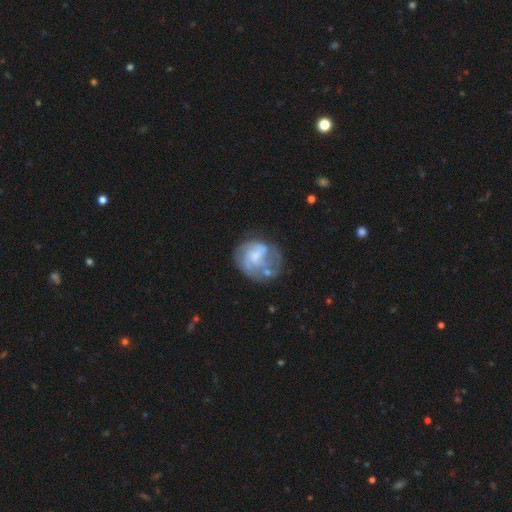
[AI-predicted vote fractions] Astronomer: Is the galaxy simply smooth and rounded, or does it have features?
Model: featured or disk — 67%.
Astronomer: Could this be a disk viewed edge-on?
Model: no — 98%.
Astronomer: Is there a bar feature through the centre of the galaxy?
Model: no — 55% (runner-up: weak, 38%).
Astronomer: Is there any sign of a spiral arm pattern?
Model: yes — 74%.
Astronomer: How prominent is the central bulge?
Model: small — 36% (runner-up: moderate, 32%).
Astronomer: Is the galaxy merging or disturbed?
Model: none — 45% (runner-up: major disturbance, 24%).